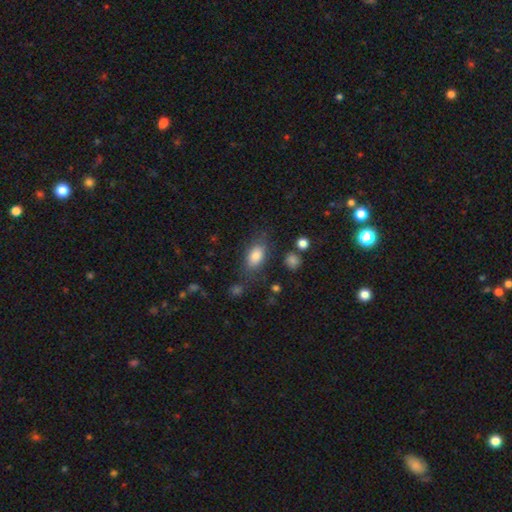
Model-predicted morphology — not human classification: Overall: smooth (82%). How rounded: in between (88%). Merging: none (69%).